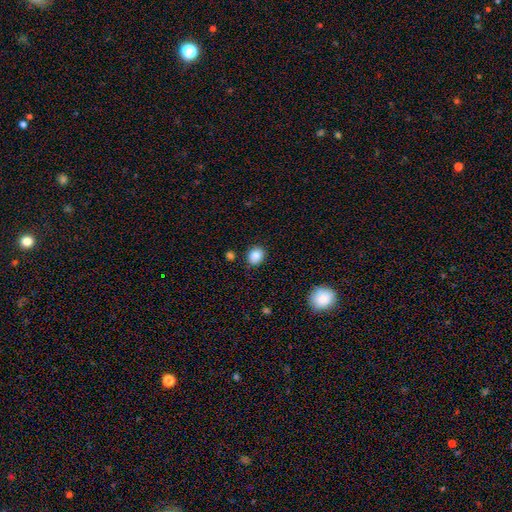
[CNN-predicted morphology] Q: Smooth or featured?
A: smooth (86%); runner-up: star or artifact (10%)
Q: How rounded?
A: round (64%); runner-up: in between (35%)
Q: Merging?
A: none (85%); runner-up: minor disturbance (10%)